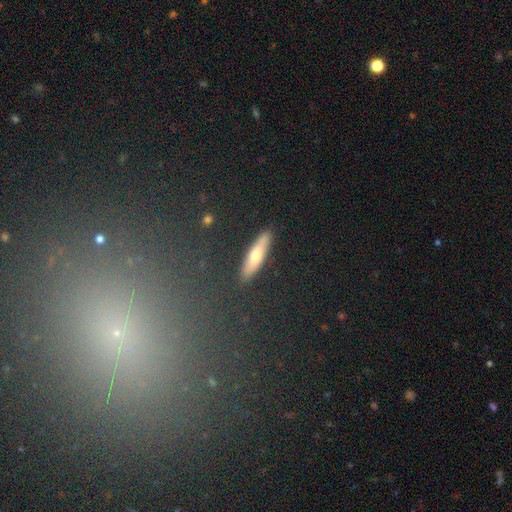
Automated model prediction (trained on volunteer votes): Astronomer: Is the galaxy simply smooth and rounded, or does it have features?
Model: smooth — 60%.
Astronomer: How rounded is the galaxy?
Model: cigar-shaped — 74%.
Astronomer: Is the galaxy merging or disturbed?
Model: none — 88%.